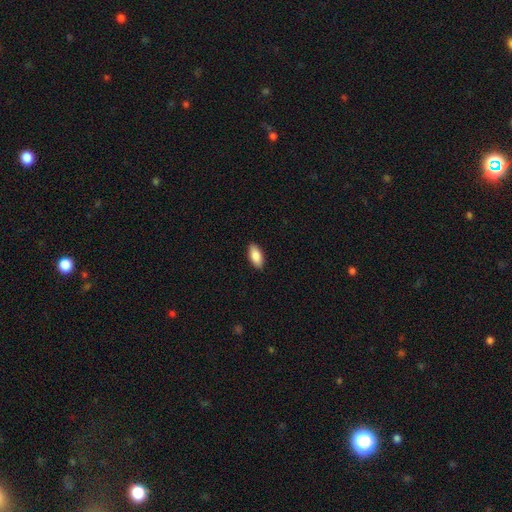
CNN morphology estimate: type=smooth (86%); roundness=in between (89%); merging=none (90%).